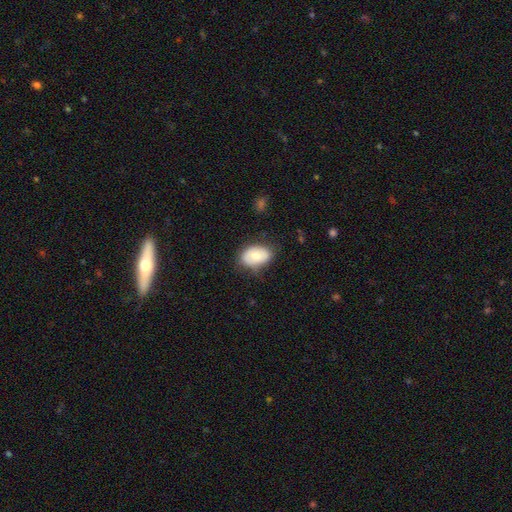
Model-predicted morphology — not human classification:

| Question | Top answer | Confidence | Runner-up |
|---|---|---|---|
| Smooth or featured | smooth | 67% | featured or disk (27%) |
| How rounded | in between | 87% | round (12%) |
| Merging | none | 74% | minor disturbance (20%) |